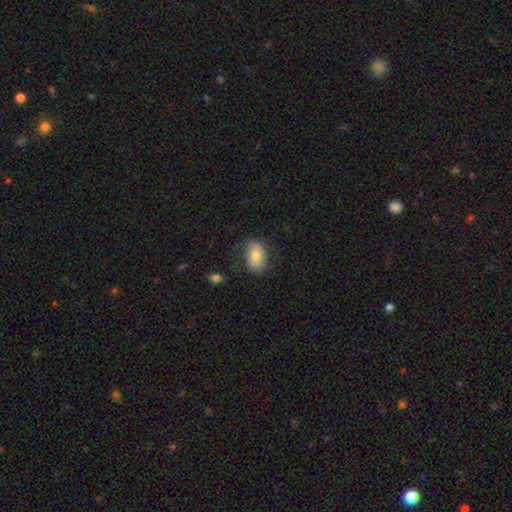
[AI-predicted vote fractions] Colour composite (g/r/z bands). It shows a smooth galaxy with no disk features (76%) that is in between round and cigar-shaped (87%). Merging: none (72%).